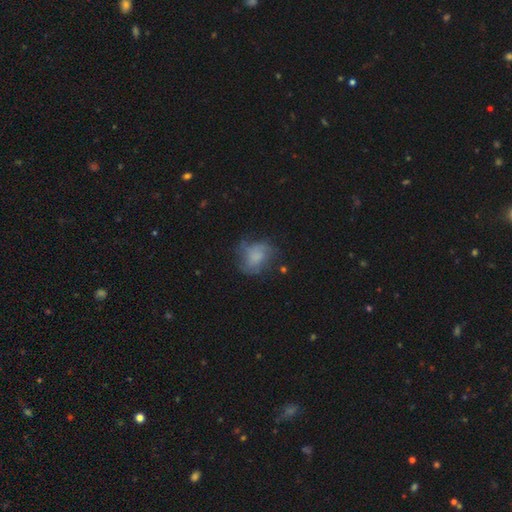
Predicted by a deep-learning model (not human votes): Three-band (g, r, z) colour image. It shows a smooth galaxy with no disk features (45%). Merging: none (53%).